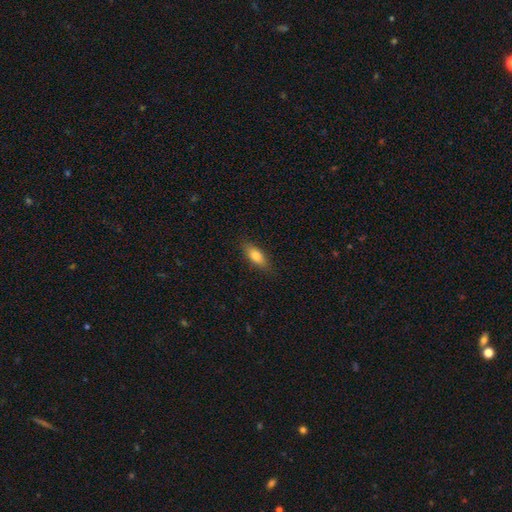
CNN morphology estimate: A smooth galaxy with no disk features (79%) that is in between round and cigar-shaped (74%).

Vote fractions:
- Smooth or featured? smooth: 79% / featured or disk: 14% / star or artifact: 7%
- How rounded? in between: 74% / cigar-shaped: 23% / round: 3%
- Merging? none: 84% / minor disturbance: 12% / major disturbance: 3% / merger: 1%